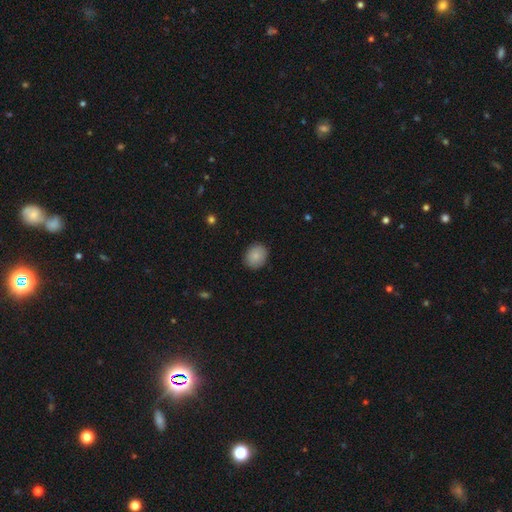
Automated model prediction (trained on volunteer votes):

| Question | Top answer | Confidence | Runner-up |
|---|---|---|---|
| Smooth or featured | smooth | 86% | star or artifact (8%) |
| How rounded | round | 60% | in between (39%) |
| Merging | none | 88% | minor disturbance (9%) |